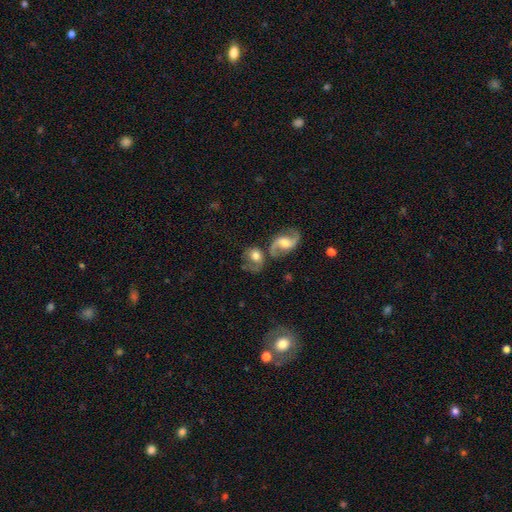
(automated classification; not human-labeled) A featured or disk galaxy (50%). Merging: none (49%).